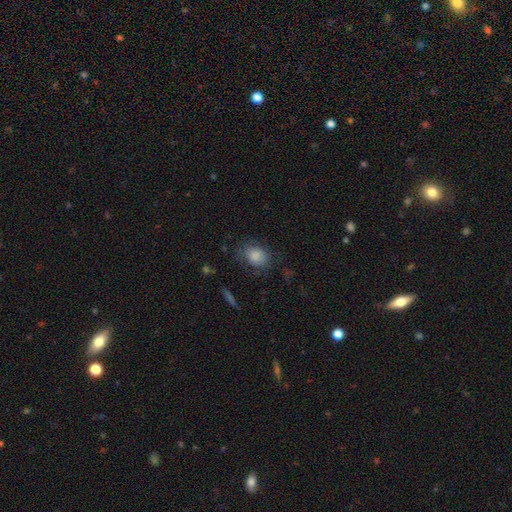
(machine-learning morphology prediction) The model was most divided on "how rounded": in between: 56%, round: 43%, cigar-shaped: 1%. More confident: smooth or featured — smooth (82%); merging — none (60%).